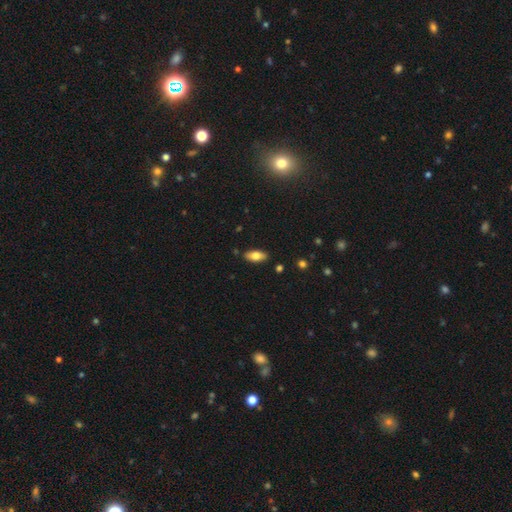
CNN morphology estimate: smooth_or_featured: smooth (p=0.74) [alt: featured or disk p=0.20]
how_rounded: in between (p=0.84) [alt: cigar-shaped p=0.14]
merging: none (p=0.86) [alt: minor disturbance p=0.10]